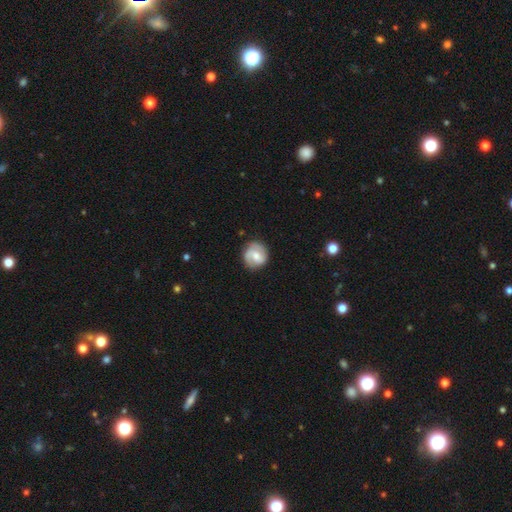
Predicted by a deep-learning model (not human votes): smooth_or_featured: featured or disk (p=0.65) [alt: smooth p=0.29]
disk_edge_on: no (p=0.98) [alt: yes p=0.02]
bar: weak (p=0.51) [alt: no p=0.37]
has_spiral_arms: yes (p=0.91) [alt: no p=0.09]
spiral_winding: medium (p=0.42) [alt: tight p=0.40]
spiral_arm_count: 2 (p=0.74) [alt: can't tell p=0.11]
bulge_size: moderate (p=0.60) [alt: small p=0.30]
merging: none (p=0.78) [alt: minor disturbance p=0.15]